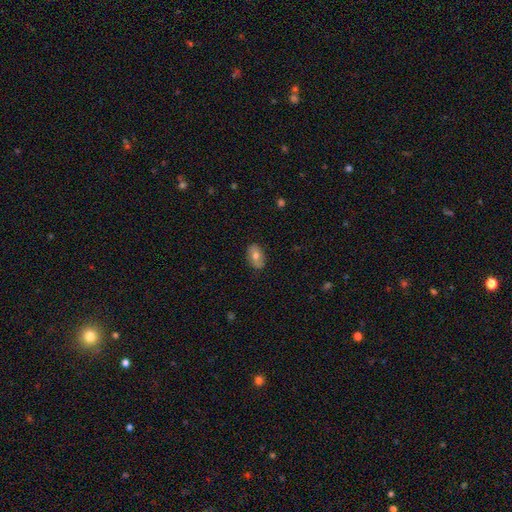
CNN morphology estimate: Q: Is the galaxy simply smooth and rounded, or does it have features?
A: smooth — 59%.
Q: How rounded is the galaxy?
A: in between — 86%.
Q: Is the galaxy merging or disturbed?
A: none — 83%.